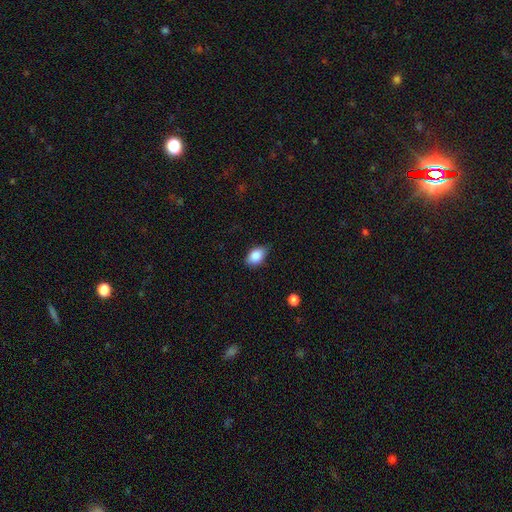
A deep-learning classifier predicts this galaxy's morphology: The model was most divided on "merging": none: 76%, minor disturbance: 20%, major disturbance: 3%, merger: 1%. More confident: how rounded — in between (87%); smooth or featured — smooth (86%).